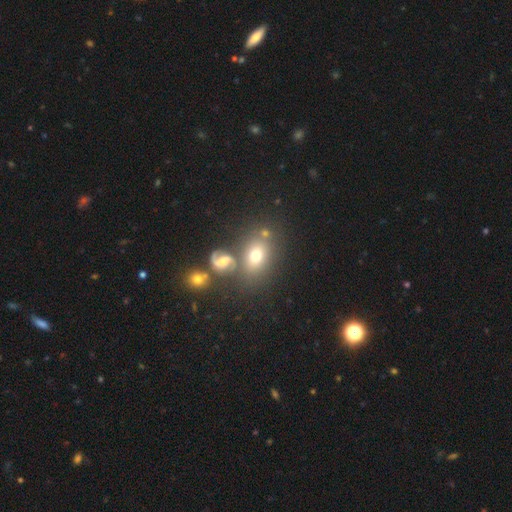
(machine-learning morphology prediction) A smooth galaxy with no disk features (64%) that is in between round and cigar-shaped (68%). Merging: none (62%).